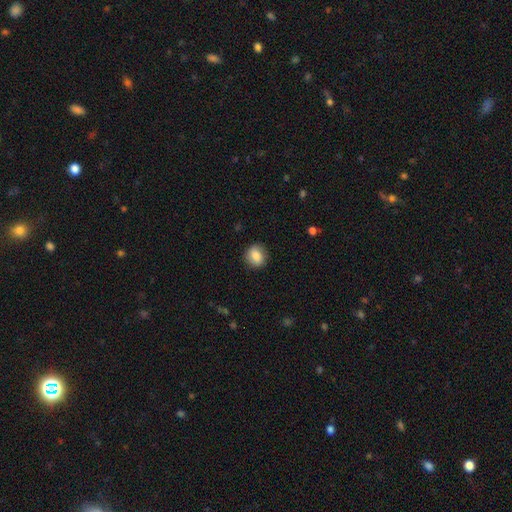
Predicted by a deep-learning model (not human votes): A smooth galaxy with no disk features (83%) that is round (71%). Merging: none (86%).